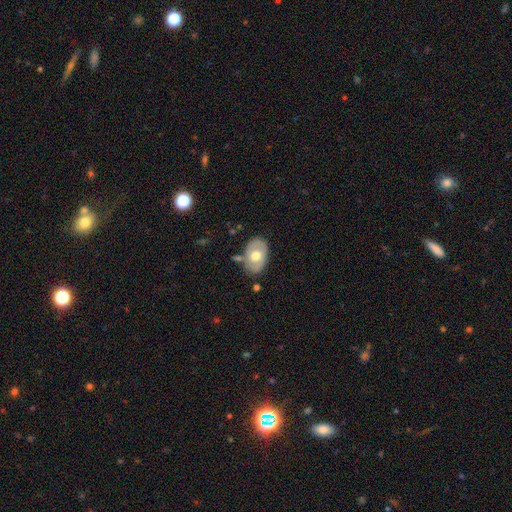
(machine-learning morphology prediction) A smooth galaxy with no disk features (53%) that is in between round and cigar-shaped (85%). Merging: none (70%).